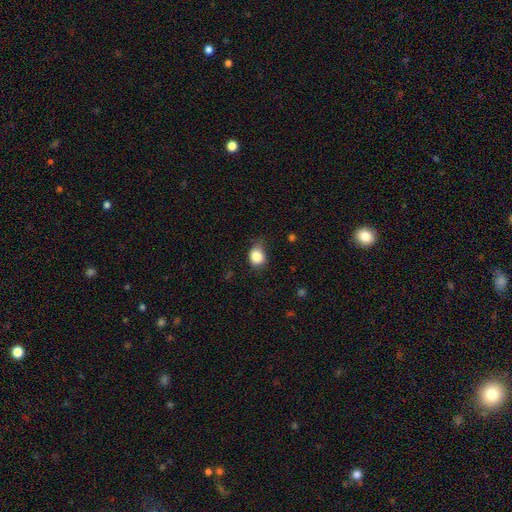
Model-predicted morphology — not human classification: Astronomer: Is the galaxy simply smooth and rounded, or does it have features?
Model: smooth — 85%.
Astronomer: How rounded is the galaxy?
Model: round — 58% (runner-up: in between, 41%).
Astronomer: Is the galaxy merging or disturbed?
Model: none — 52% (runner-up: minor disturbance, 36%).